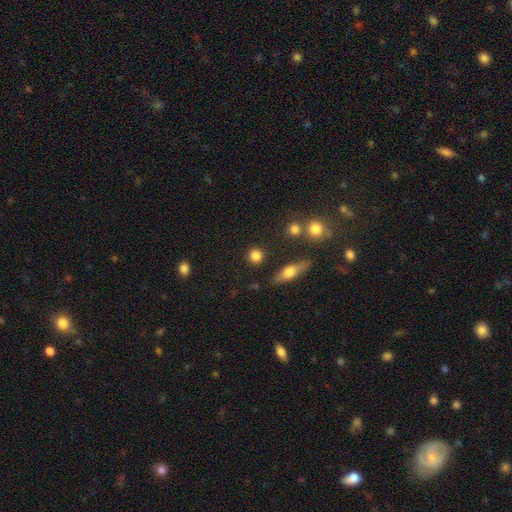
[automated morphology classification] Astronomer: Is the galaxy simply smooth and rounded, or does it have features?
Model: smooth — 83%.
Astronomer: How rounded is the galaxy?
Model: round — 86%.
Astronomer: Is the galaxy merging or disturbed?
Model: none — 86%.